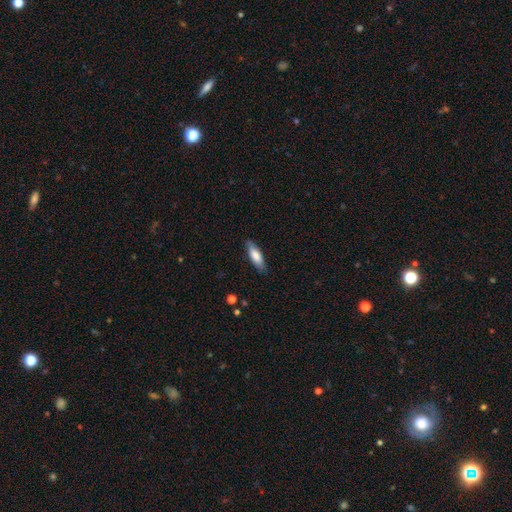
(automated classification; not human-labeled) The model was most divided on "how rounded": in between: 52%, cigar-shaped: 46%, round: 2%. More confident: merging — none (85%); smooth or featured — smooth (78%).